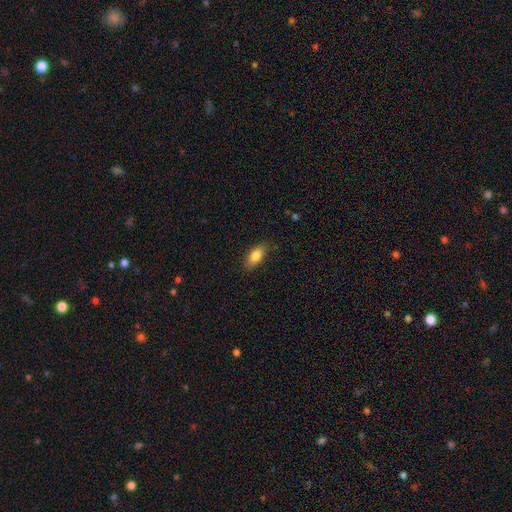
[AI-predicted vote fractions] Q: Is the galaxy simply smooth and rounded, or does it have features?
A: smooth — 83%.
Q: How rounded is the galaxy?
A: in between — 87%.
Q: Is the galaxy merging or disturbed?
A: none — 84%.